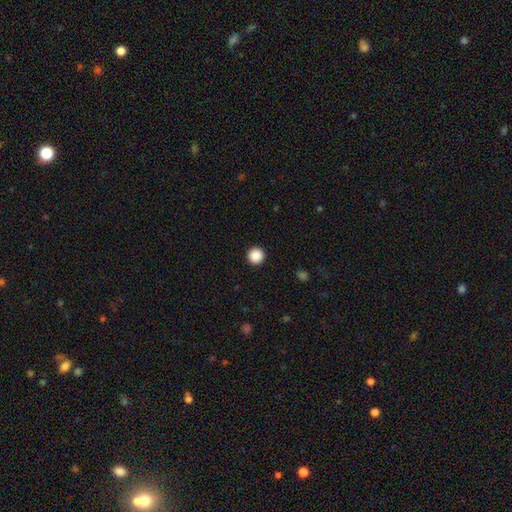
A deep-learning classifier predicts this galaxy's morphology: Smooth or featured: smooth — 88% (star or artifact — 10%)
How rounded: round — 96% (in between — 3%)
Merging: none — 94% (minor disturbance — 4%)